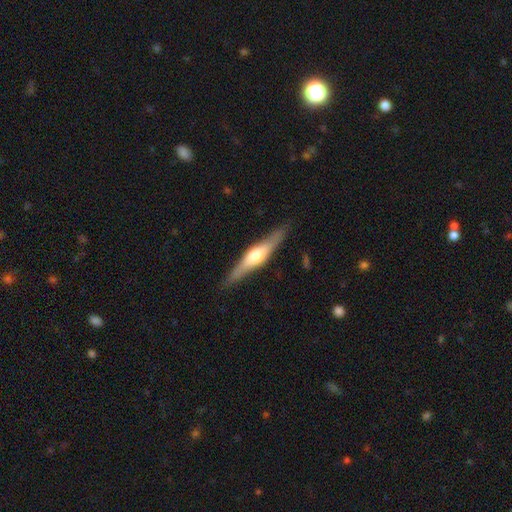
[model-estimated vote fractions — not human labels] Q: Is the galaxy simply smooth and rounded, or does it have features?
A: featured or disk — 65%.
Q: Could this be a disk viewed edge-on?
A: yes — 95%.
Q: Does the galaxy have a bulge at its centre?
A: rounded — 84%.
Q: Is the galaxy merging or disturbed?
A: none — 87%.